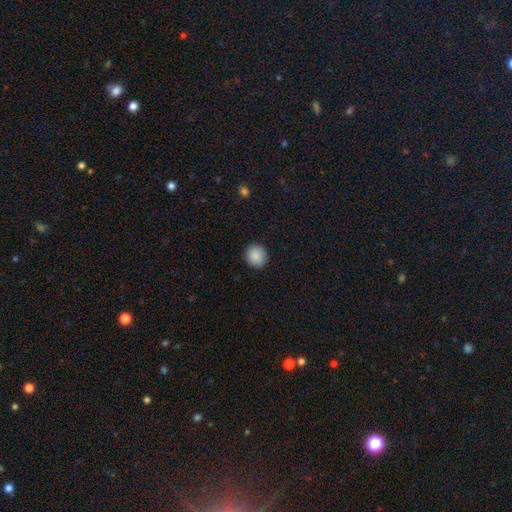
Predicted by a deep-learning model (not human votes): Morphology: type=smooth (89%); roundness=round (87%); merging=none (91%).